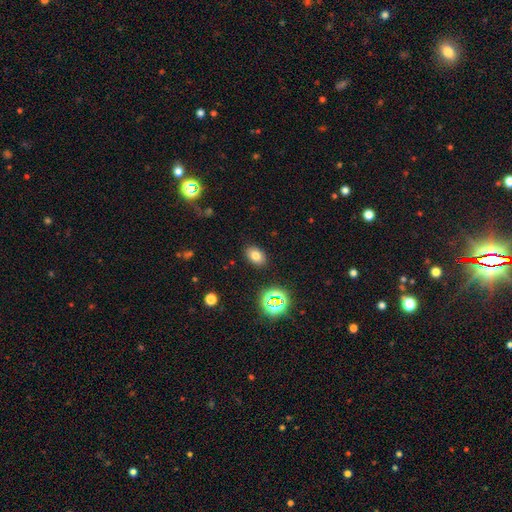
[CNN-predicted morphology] Q: Smooth or featured?
A: smooth (74%); runner-up: star or artifact (16%)
Q: How rounded?
A: in between (81%); runner-up: round (18%)
Q: Merging?
A: none (87%); runner-up: minor disturbance (8%)